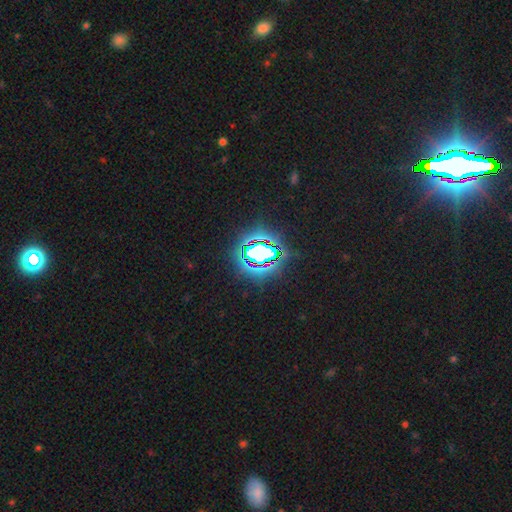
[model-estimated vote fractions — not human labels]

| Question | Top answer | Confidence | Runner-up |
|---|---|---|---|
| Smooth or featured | star or artifact | 70% | smooth (18%) |